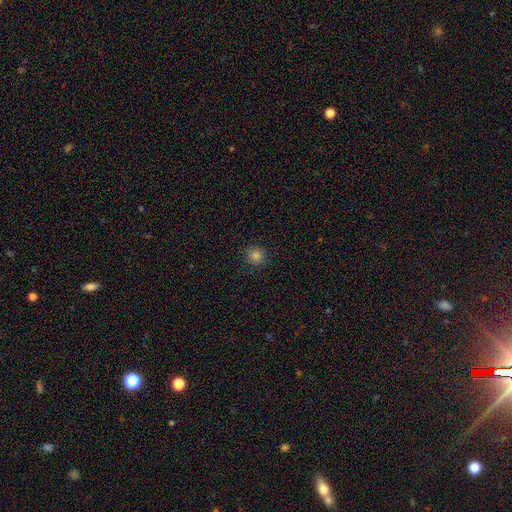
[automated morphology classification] The model was most divided on "smooth or featured": smooth: 81%, star or artifact: 15%, featured or disk: 4%. More confident: how rounded — round (94%); merging — none (91%).